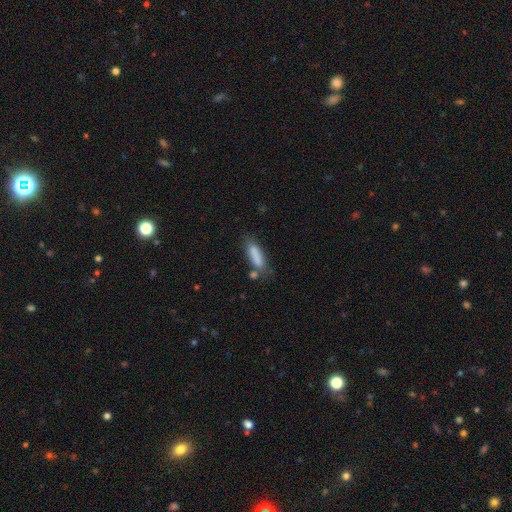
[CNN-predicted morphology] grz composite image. It shows a smooth galaxy with no disk features (83%) that is cigar-shaped (55%). Merging: none (59%).